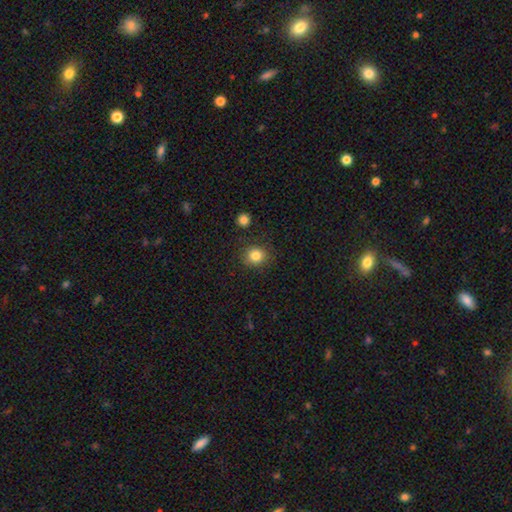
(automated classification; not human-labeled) Smooth or featured: smooth — 84% (star or artifact — 11%)
How rounded: round — 84% (in between — 15%)
Merging: none — 86% (minor disturbance — 8%)